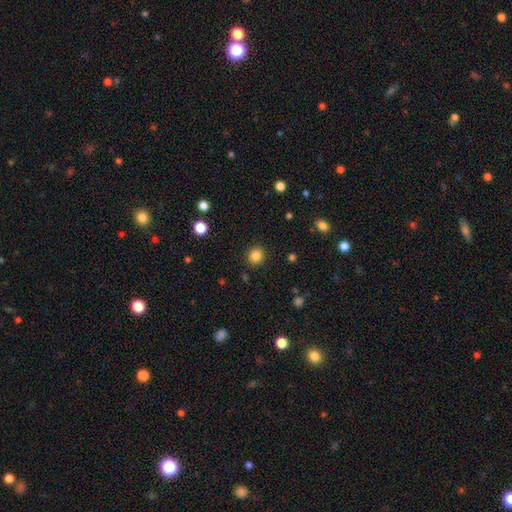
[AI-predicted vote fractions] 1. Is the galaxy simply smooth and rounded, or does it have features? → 84% smooth, 12% star or artifact, 4% featured or disk.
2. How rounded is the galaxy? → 87% round, 12% in between, 1% cigar-shaped.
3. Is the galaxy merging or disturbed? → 90% none, 6% minor disturbance, 2% major disturbance, 1% merger.